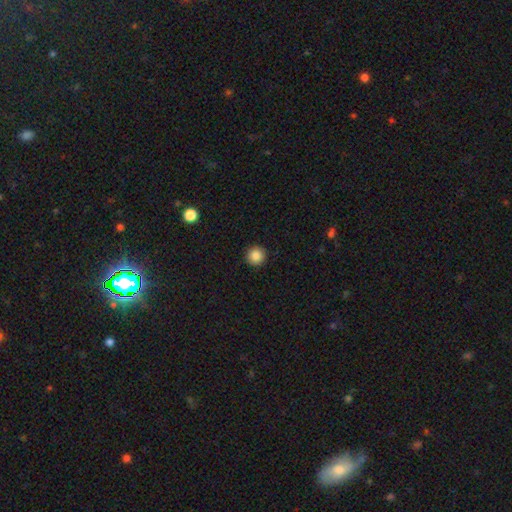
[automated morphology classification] Smooth or featured? Predicted: smooth (p=0.86). How rounded? Predicted: round (p=0.95). Merging? Predicted: none (p=0.93).